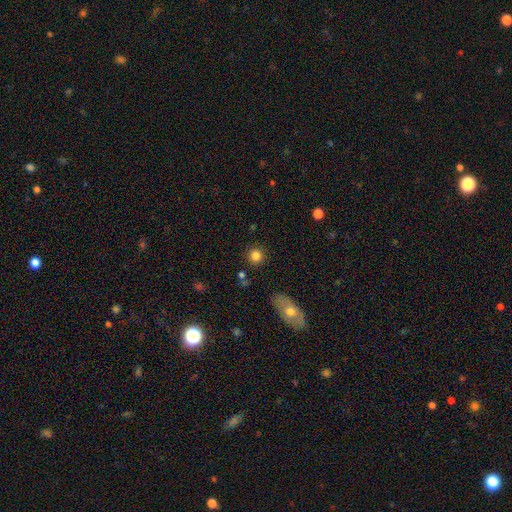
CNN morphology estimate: smooth 82%, star or artifact 12%, featured or disk 7%. Down the decision tree: how rounded — round (92%); merging — none (87%).